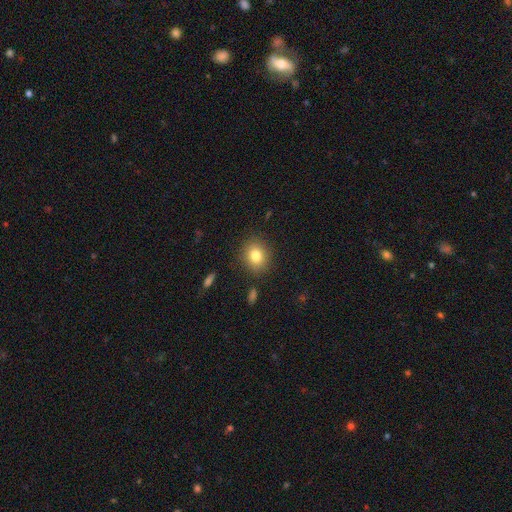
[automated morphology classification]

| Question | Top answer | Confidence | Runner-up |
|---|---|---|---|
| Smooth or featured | smooth | 80% | star or artifact (10%) |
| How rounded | round | 69% | in between (30%) |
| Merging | none | 87% | minor disturbance (9%) |